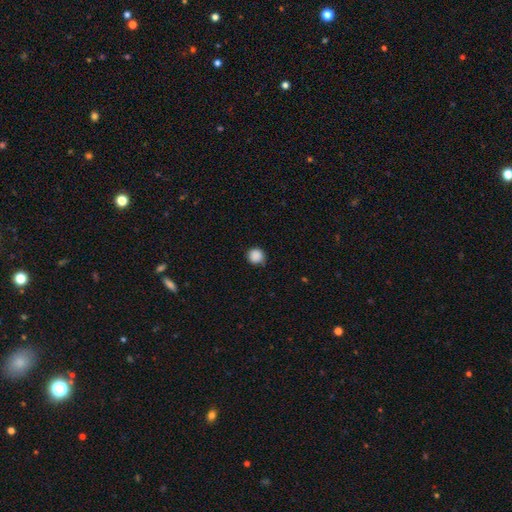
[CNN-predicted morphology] This is clearly a smooth galaxy (88%). How rounded: clearly round (93%). Merging: clearly none (84%).